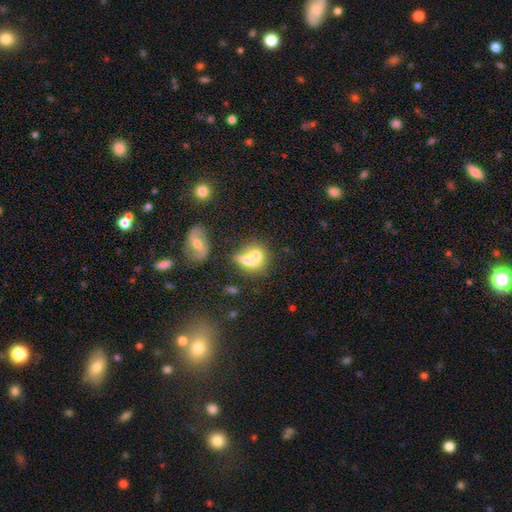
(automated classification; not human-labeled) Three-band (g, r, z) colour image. It shows a smooth galaxy with no disk features (61%) that is in between round and cigar-shaped (50%). Merging: merger (52%).